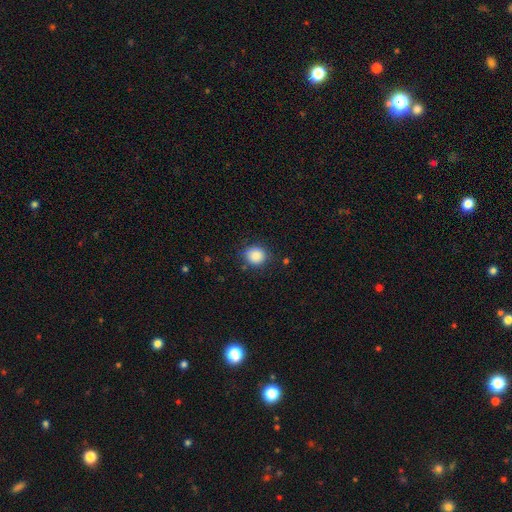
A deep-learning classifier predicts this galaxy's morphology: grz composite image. It shows a smooth galaxy with no disk features (86%) that is round (85%). Merging: none (81%).